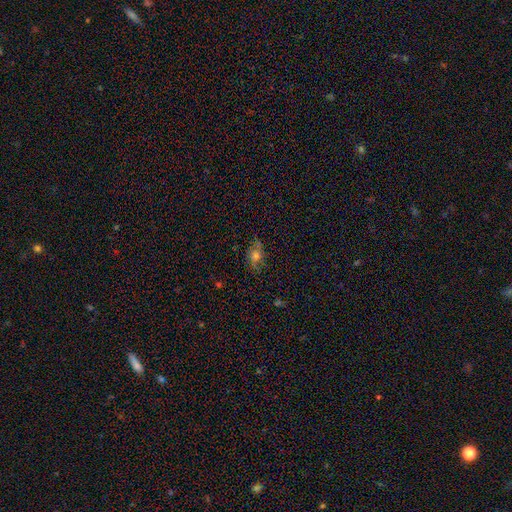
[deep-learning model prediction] A smooth galaxy with no disk features (55%) that is in between round and cigar-shaped (64%). Merging: none (69%).